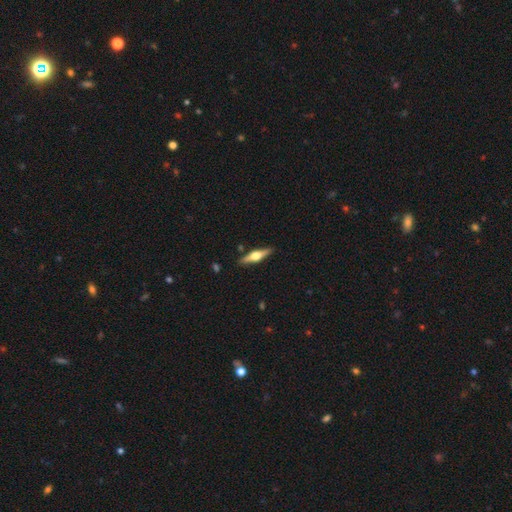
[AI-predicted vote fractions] Smooth or featured?
  - featured or disk: 66% *
  - smooth: 28%
  - star or artifact: 5%
Edge-on disk?
  - yes: 97% *
  - no: 3%
Edge-on bulge?
  - rounded: 94% *
  - boxy: 4%
  - none: 2%
Merging?
  - none: 89% *
  - minor disturbance: 8%
  - major disturbance: 2%
  - merger: 2%